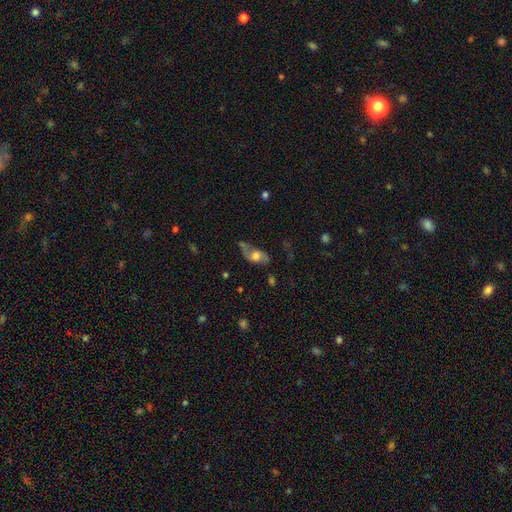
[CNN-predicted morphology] featured or disk 68%, smooth 24%, star or artifact 9%. Down the decision tree: edge-on disk — no (91%); bar — no (69%); spiral arms — yes (85%); spiral arm count — 2 (83%); spiral winding — loose (53%); bulge size — moderate (50%); merging — none (57%).